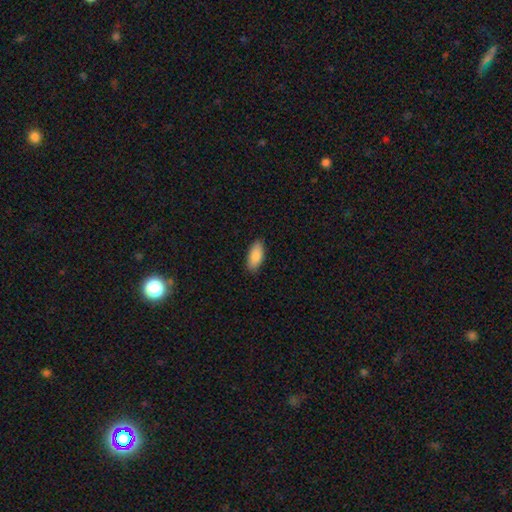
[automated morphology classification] Smooth or featured: smooth — 89% (star or artifact — 6%)
How rounded: in between — 88% (cigar-shaped — 10%)
Merging: none — 87% (minor disturbance — 10%)